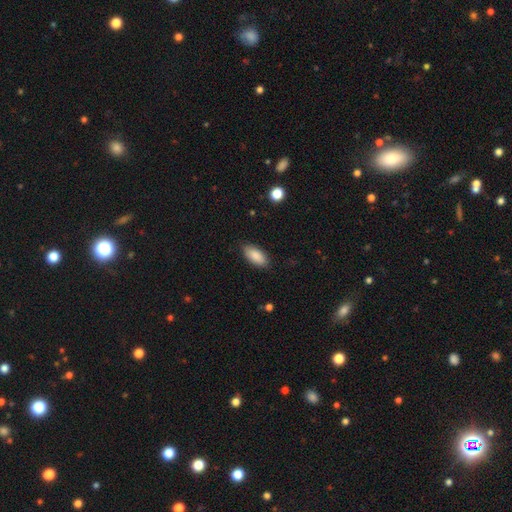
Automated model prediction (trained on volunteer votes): Overall: smooth (88%). How rounded: in between (92%). Merging: none (85%).